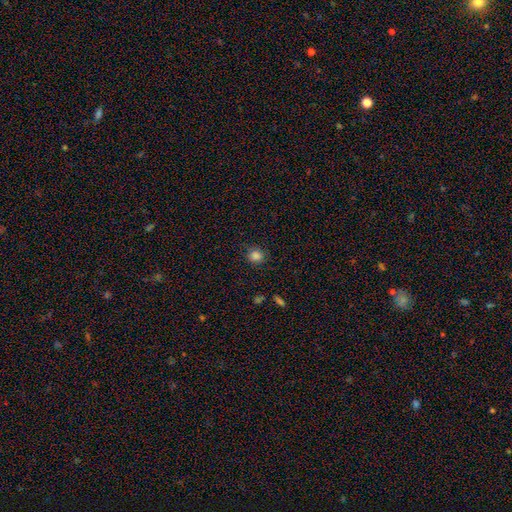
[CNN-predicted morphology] smooth 84%, star or artifact 13%, featured or disk 4%. Down the decision tree: how rounded — round (87%); merging — none (85%).